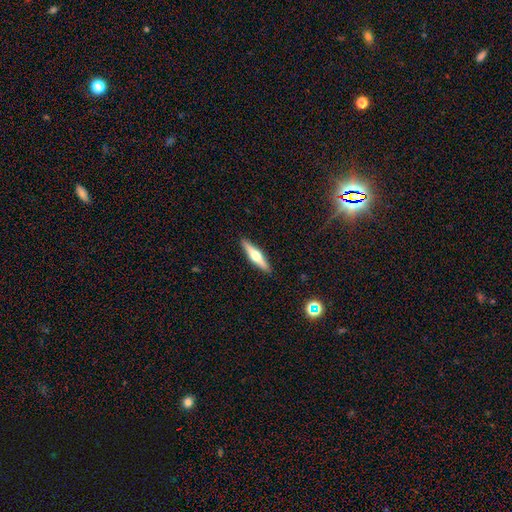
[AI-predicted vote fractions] Q: Smooth or featured?
A: featured or disk (58%); runner-up: smooth (37%)
Q: Edge-on disk?
A: yes (96%); runner-up: no (4%)
Q: Edge-on bulge?
A: rounded (94%); runner-up: none (3%)
Q: Merging?
A: none (91%); runner-up: minor disturbance (7%)